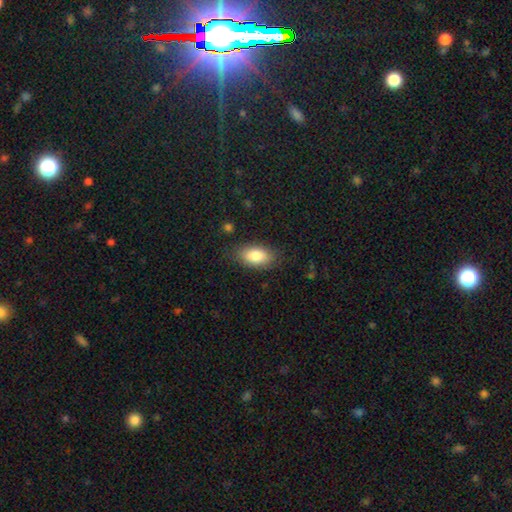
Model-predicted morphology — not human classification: Overall: smooth (84%). How rounded: in between (92%). Merging: none (82%).